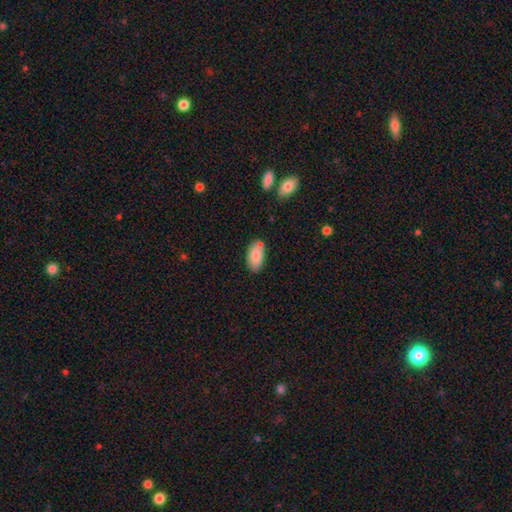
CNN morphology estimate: type=smooth (83%); roundness=in between (94%); merging=none (73%).